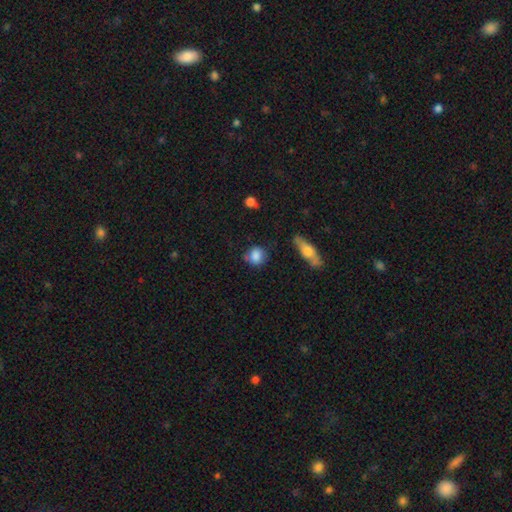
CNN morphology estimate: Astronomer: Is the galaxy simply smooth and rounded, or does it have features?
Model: smooth — 83%.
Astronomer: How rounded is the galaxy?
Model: round — 73%.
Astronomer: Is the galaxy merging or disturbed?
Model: none — 64%.